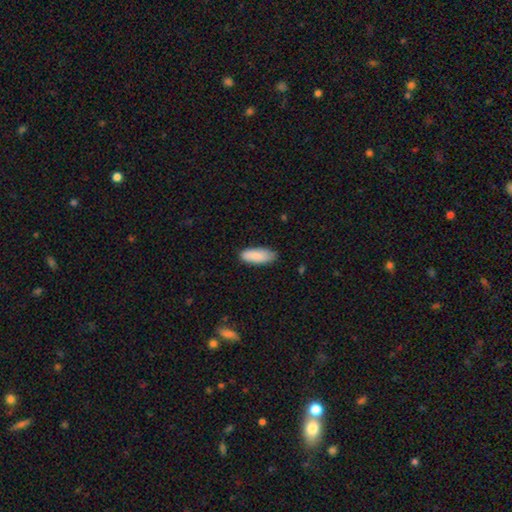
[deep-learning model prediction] Smooth or featured? smooth (88%)
How rounded? in between (78%)
Merging? none (79%)